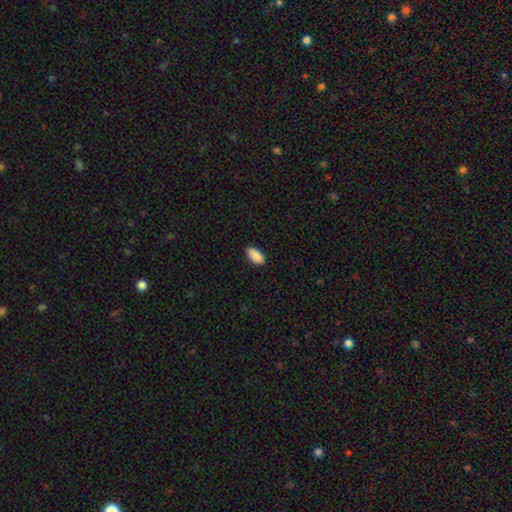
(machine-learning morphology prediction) smooth_or_featured: smooth (p=0.90) [alt: star or artifact p=0.07]
how_rounded: in between (p=0.92) [alt: cigar-shaped p=0.06]
merging: none (p=0.89) [alt: minor disturbance p=0.09]